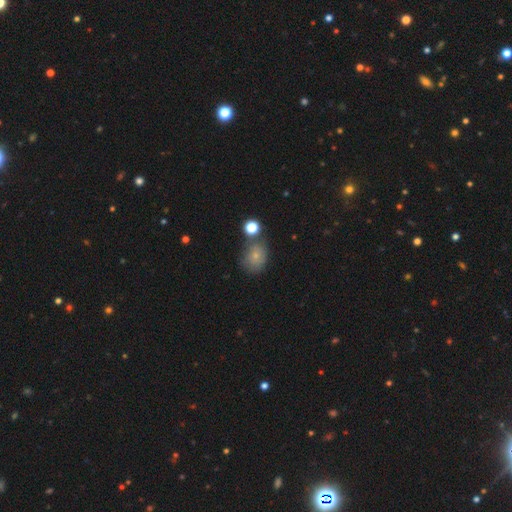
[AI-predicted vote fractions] Overall: smooth (72%). How rounded: round (56%; in between 43%). Merging: none (59%; minor disturbance 20%).